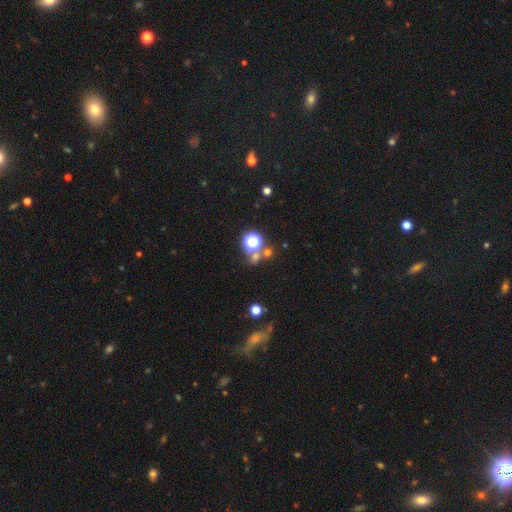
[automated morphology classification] Overall: smooth (48%; star or artifact 43%). Merging: none (62%; merger 25%).